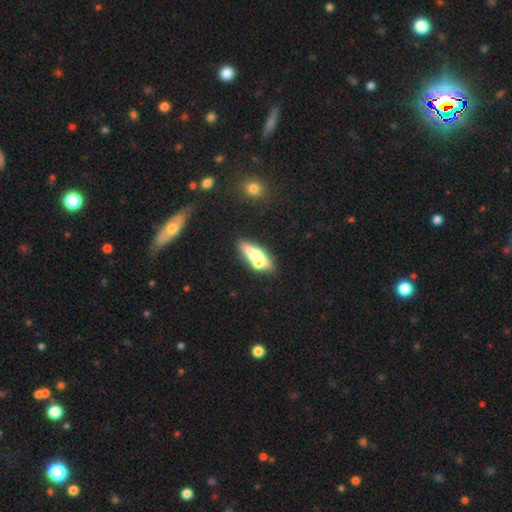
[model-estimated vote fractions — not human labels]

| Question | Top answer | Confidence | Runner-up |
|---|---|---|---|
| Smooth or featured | smooth | 51% | featured or disk (42%) |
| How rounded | in between | 53% | cigar-shaped (41%) |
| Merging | none | 48% | merger (35%) |